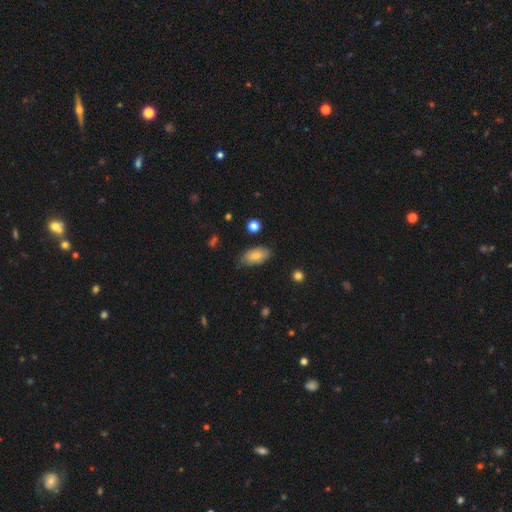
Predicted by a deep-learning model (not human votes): Smooth or featured? Predicted: smooth (p=0.71). How rounded? Predicted: in between (p=0.92). Merging? Predicted: none (p=0.71).